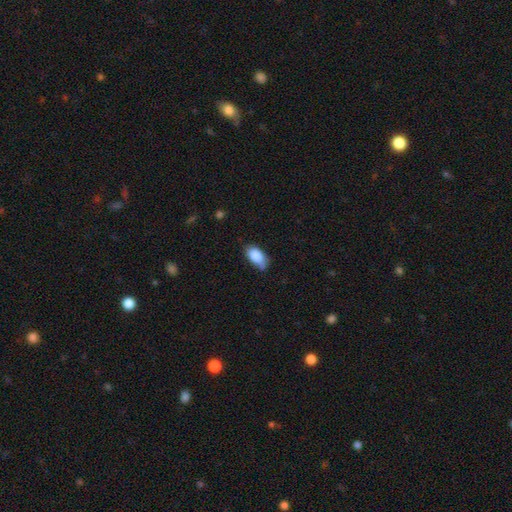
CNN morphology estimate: Smooth or featured: smooth — 84% (featured or disk — 9%)
How rounded: in between — 92% (round — 4%)
Merging: none — 57% (minor disturbance — 34%)